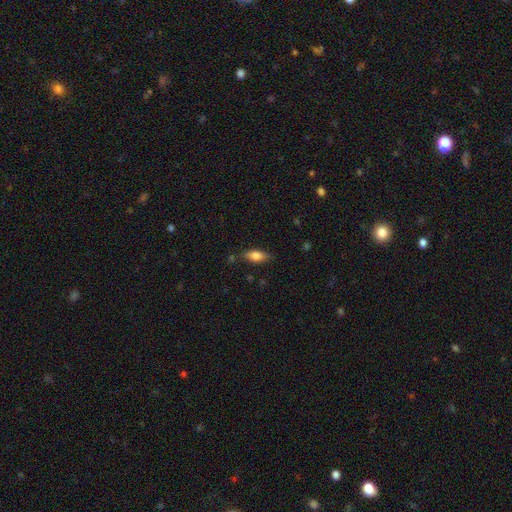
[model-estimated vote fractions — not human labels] smooth 77%, featured or disk 15%, star or artifact 8%. Down the decision tree: how rounded — in between (81%); merging — none (78%).